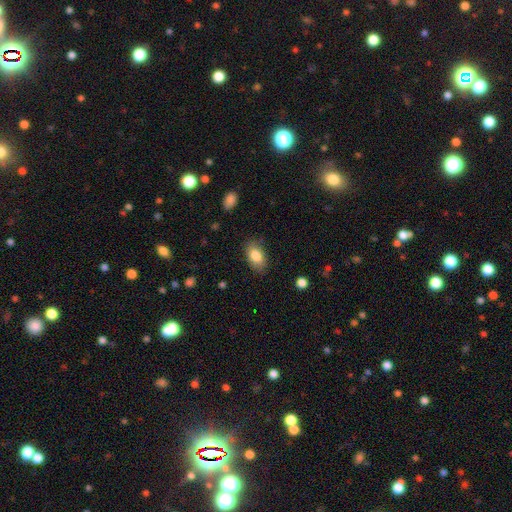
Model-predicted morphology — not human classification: This appears to be a smooth galaxy with no disk features (84%) that is in between round and cigar-shaped (92%). Merging: none (83%).